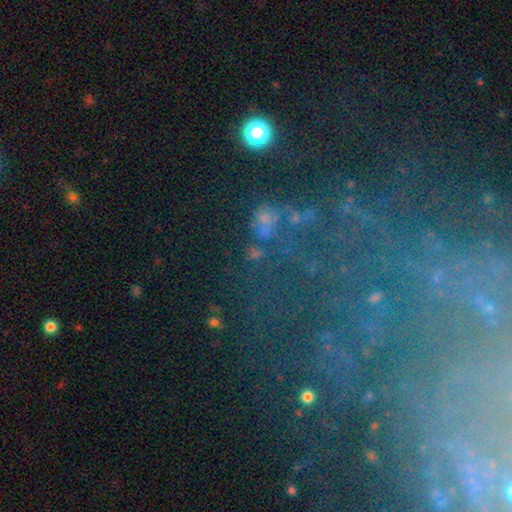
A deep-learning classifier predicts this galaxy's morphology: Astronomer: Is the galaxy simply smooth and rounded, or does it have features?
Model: star or artifact — 48% (runner-up: smooth, 30%).